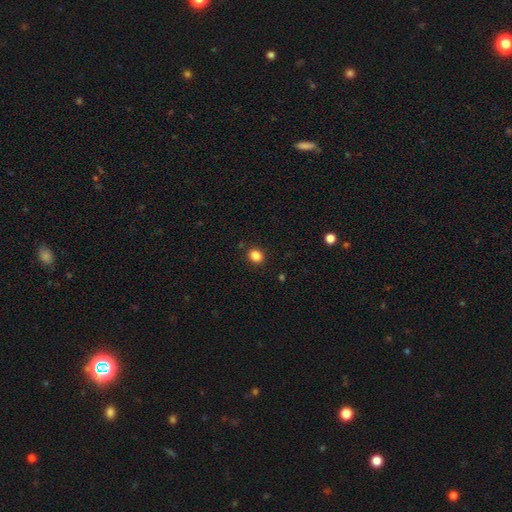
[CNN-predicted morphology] Smooth or featured? smooth (85%)
How rounded? round (64%)
Merging? none (89%)